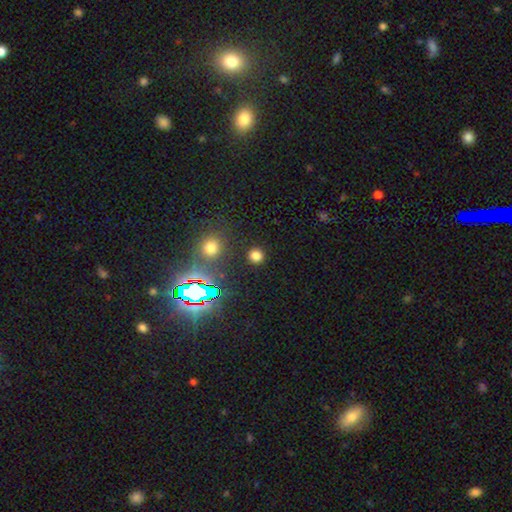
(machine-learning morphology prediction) A smooth galaxy with no disk features (73%) that is round (91%). Merging: none (90%).